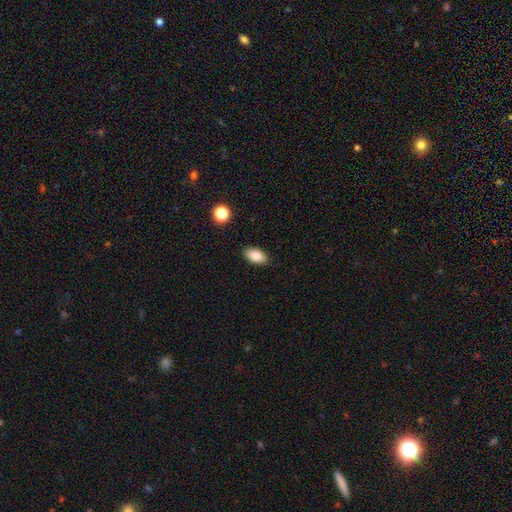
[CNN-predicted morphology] smooth-or-featured: smooth: 86% | star or artifact: 8% | featured or disk: 6%
  how-rounded: in between: 92% | round: 5% | cigar-shaped: 2%
  merging: none: 88% | minor disturbance: 8% | major disturbance: 2% | merger: 1%